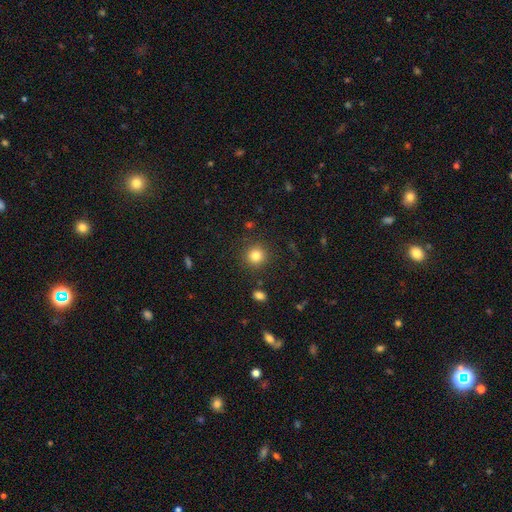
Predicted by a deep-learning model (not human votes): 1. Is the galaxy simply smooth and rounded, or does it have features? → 82% smooth, 12% star or artifact, 6% featured or disk.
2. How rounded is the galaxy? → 93% round, 6% in between, 1% cigar-shaped.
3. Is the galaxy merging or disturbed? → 89% none, 6% minor disturbance, 3% major disturbance, 2% merger.